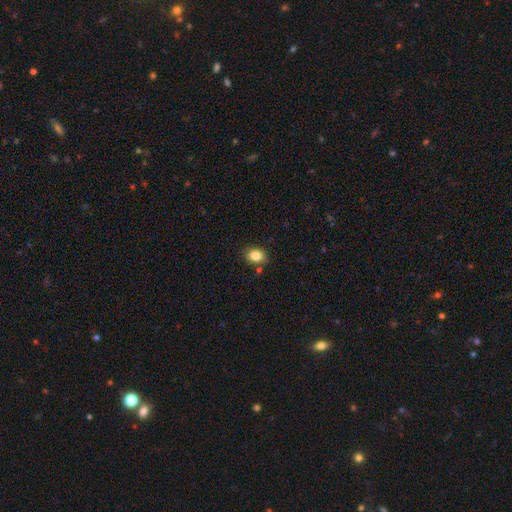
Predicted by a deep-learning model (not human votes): Morphology: type=smooth (84%); roundness=in between (61%); merging=none (80%).